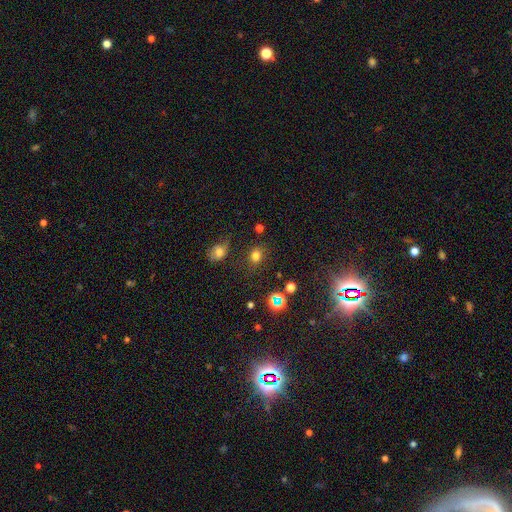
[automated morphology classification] The model was most divided on "how rounded": round: 51%, in between: 48%, cigar-shaped: 1%. More confident: merging — none (75%); smooth or featured — smooth (73%).